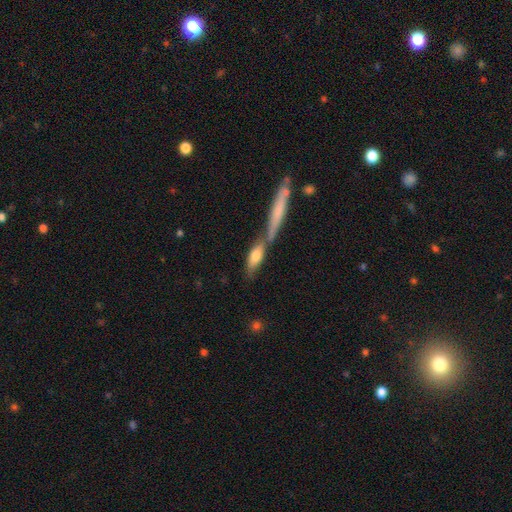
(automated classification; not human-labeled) Smooth or featured?
  - smooth: 69% *
  - featured or disk: 25%
  - star or artifact: 6%
How rounded?
  - in between: 49% *
  - cigar-shaped: 47%
  - round: 4%
Merging?
  - none: 44% *
  - merger: 41%
  - minor disturbance: 11%
  - major disturbance: 4%